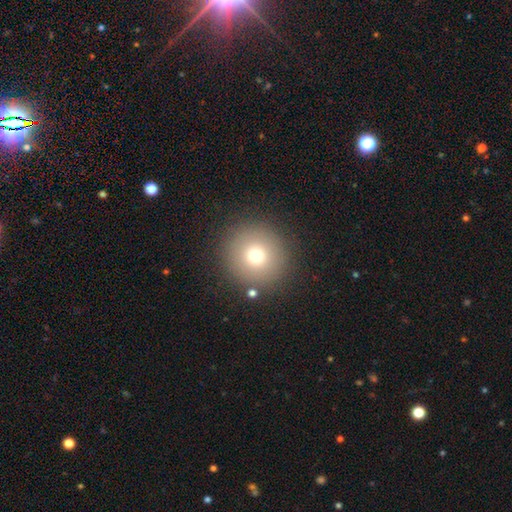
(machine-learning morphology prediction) Smooth or featured? smooth (74%)
How rounded? round (96%)
Merging? none (88%)